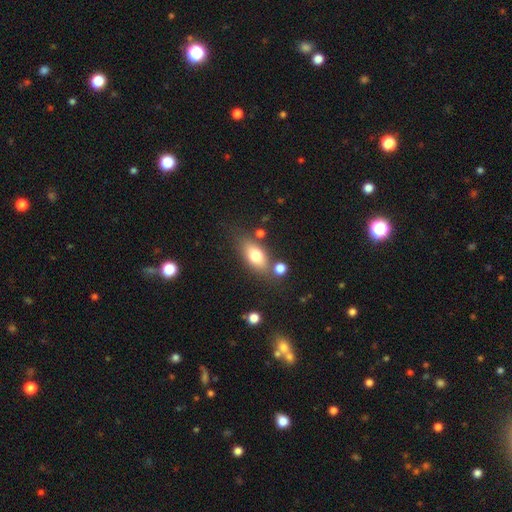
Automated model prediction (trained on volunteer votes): A smooth galaxy with no disk features (75%) that is in between round and cigar-shaped (83%). Merging: none (69%).